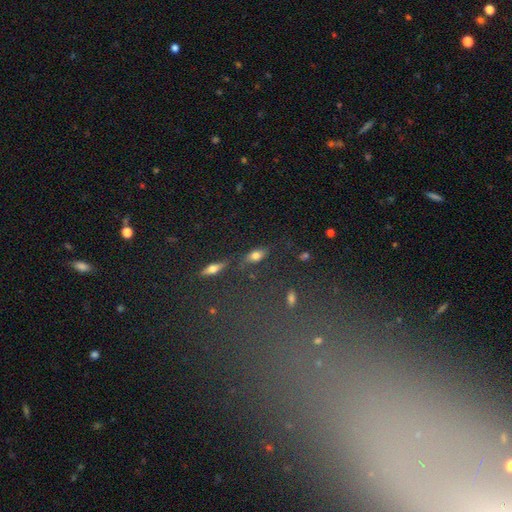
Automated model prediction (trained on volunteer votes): smooth-or-featured: smooth: 70% | featured or disk: 20% | star or artifact: 10%
  how-rounded: in between: 80% | cigar-shaped: 14% | round: 6%
  merging: none: 71% | minor disturbance: 17% | major disturbance: 6% | merger: 5%